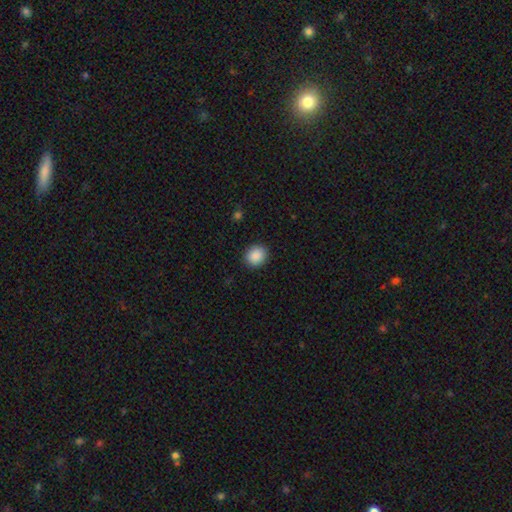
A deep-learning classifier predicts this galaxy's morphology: This is clearly a smooth galaxy (90%). How rounded: likely round (73%). Merging: clearly none (90%).